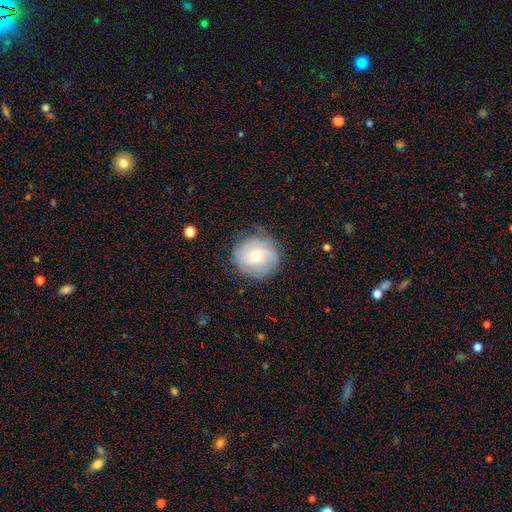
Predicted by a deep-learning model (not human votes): Smooth or featured? Predicted: featured or disk (p=0.58). Edge-on disk? Predicted: no (p=0.97). Bar? Predicted: no (p=0.76). Spiral arms? Predicted: yes (p=0.86). Bulge size? Predicted: small (p=0.51). Merging? Predicted: none (p=0.78).